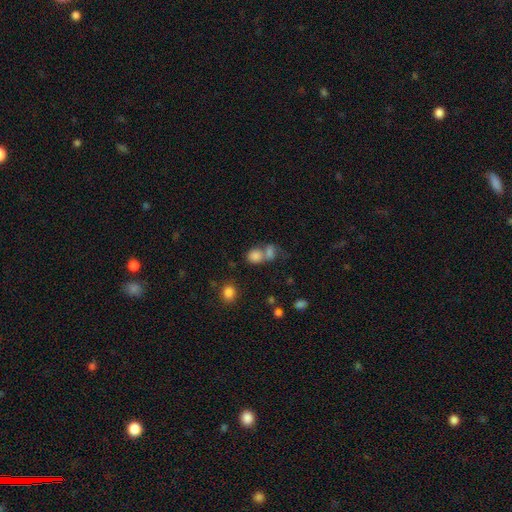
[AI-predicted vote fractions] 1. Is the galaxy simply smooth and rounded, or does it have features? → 80% smooth, 12% star or artifact, 8% featured or disk.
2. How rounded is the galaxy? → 66% round, 33% in between, 1% cigar-shaped.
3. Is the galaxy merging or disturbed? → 52% merger, 35% none, 8% minor disturbance, 5% major disturbance.